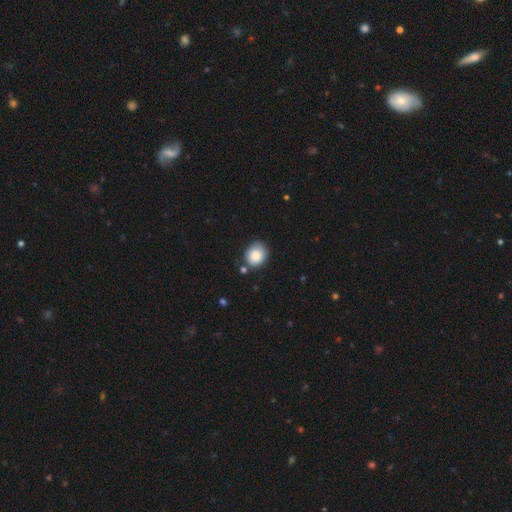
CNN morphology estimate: smooth_or_featured: smooth (p=0.85) [alt: star or artifact p=0.08]
how_rounded: round (p=0.64) [alt: in between p=0.35]
merging: none (p=0.69) [alt: minor disturbance p=0.20]